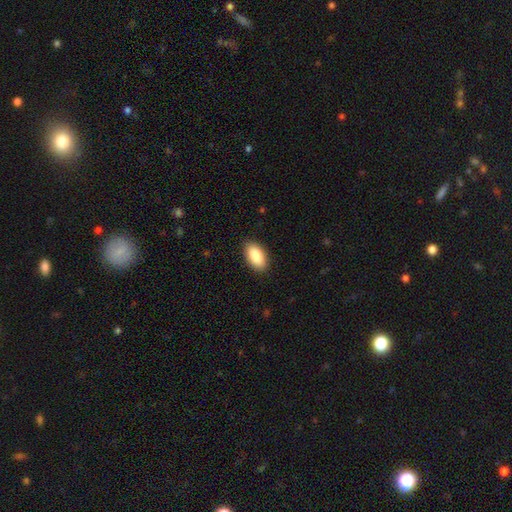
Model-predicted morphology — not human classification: Smooth or featured? smooth (90%)
How rounded? in between (95%)
Merging? none (88%)